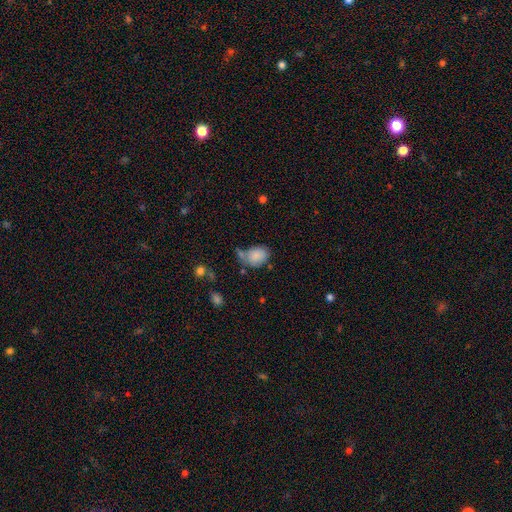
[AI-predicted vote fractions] This is clearly a smooth galaxy (84%). How rounded: likely in between (67%). Merging: possibly none (52%).